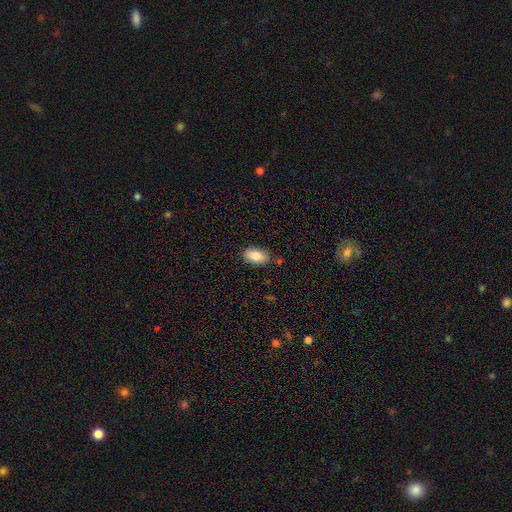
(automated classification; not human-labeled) Overall: smooth (84%). How rounded: in between (93%). Merging: none (82%).